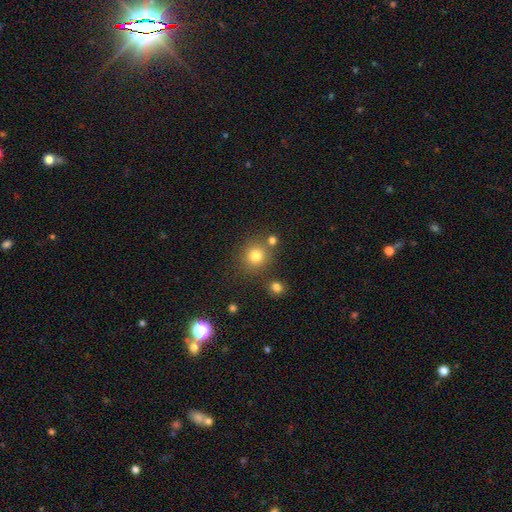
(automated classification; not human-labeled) Smooth or featured? Predicted: smooth (p=0.79). How rounded? Predicted: round (p=0.89). Merging? Predicted: none (p=0.76).